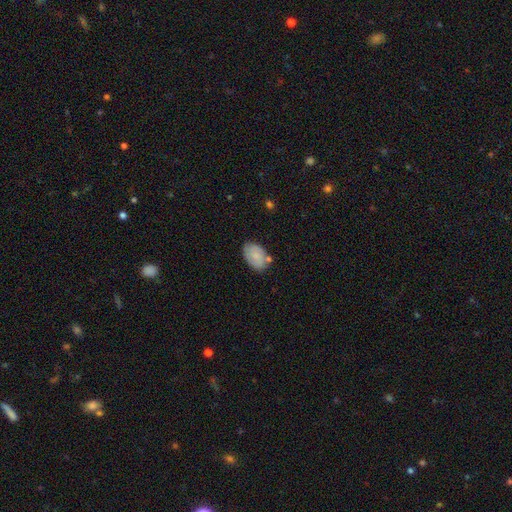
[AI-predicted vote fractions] smooth 67%, featured or disk 26%, star or artifact 7%. Down the decision tree: how rounded — in between (88%); merging — none (68%).